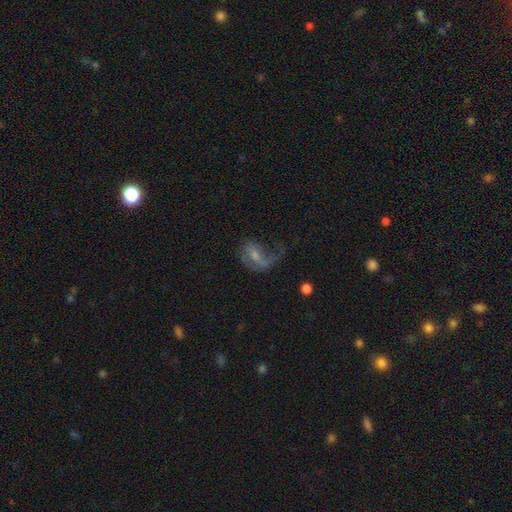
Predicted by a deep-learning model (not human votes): This is likely a featured or disk galaxy (66%). It is clearly not viewed edge-on (96%). Bar: marginally weak (44%). Spiral arm pattern: likely yes (77%). Central bulge: possibly small (49%). Merging: marginally major disturbance (44%).